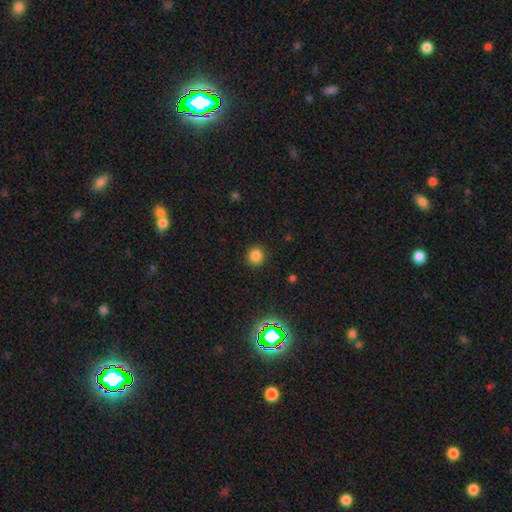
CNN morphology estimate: Q: Smooth or featured?
A: smooth (82%); runner-up: star or artifact (14%)
Q: How rounded?
A: round (88%); runner-up: in between (11%)
Q: Merging?
A: none (90%); runner-up: minor disturbance (7%)